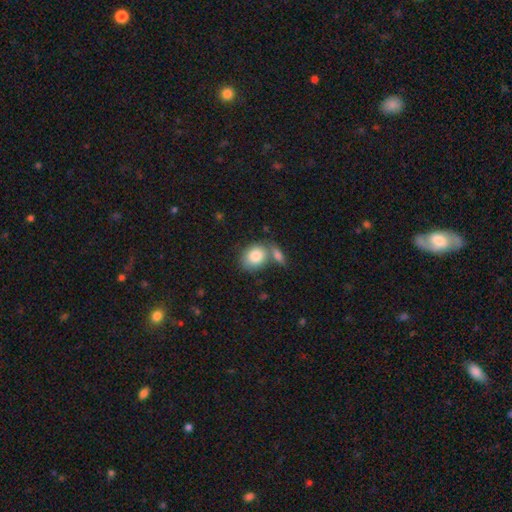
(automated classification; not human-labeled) Morphology: type=smooth (83%); roundness=in between (58%); merging=none (49%).